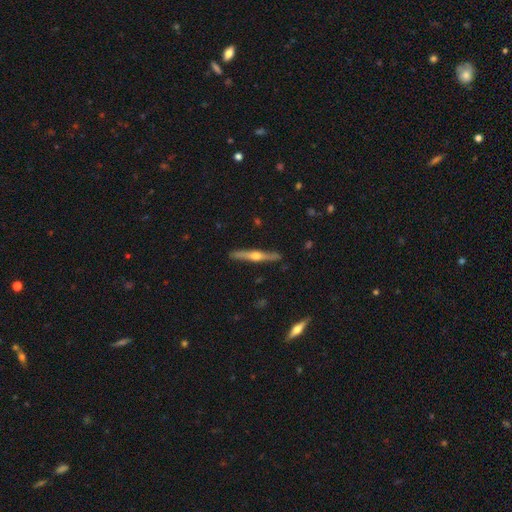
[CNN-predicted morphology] featured or disk 70%, smooth 25%, star or artifact 5%. Down the decision tree: edge-on disk — yes (97%); edge-on bulge — rounded (93%); merging — none (89%).